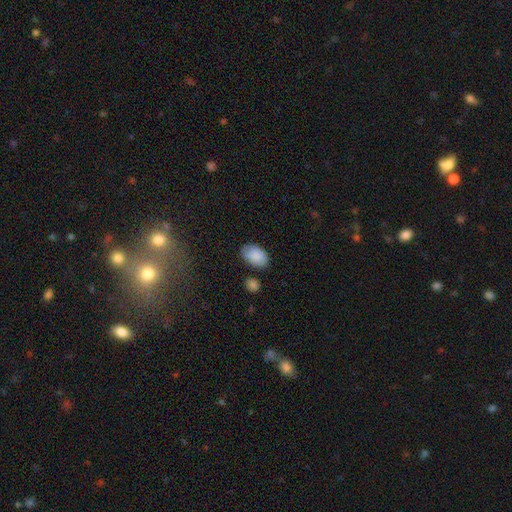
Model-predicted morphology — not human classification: A smooth galaxy with no disk features (86%) that is in between round and cigar-shaped (91%). Merging: none (70%).